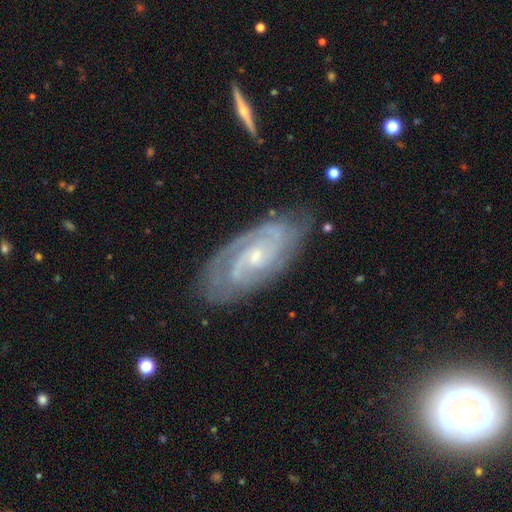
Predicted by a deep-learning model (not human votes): Q: Smooth or featured?
A: featured or disk (89%); runner-up: smooth (6%)
Q: Edge-on disk?
A: no (95%); runner-up: yes (5%)
Q: Bar?
A: no (61%); runner-up: weak (31%)
Q: Spiral arms?
A: yes (98%); runner-up: no (2%)
Q: Spiral winding?
A: tight (63%); runner-up: medium (31%)
Q: Spiral arm count?
A: 2 (63%); runner-up: 3 (14%)
Q: Bulge size?
A: small (74%); runner-up: moderate (22%)
Q: Merging?
A: none (77%); runner-up: minor disturbance (17%)